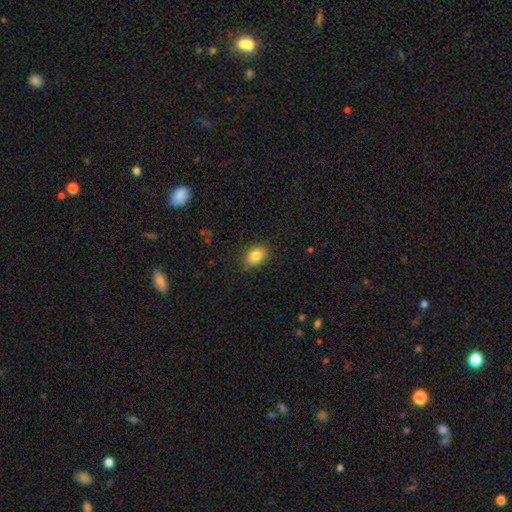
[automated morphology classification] smooth_or_featured: smooth (p=0.84) [alt: star or artifact p=0.09]
how_rounded: in between (p=0.72) [alt: round p=0.26]
merging: none (p=0.81) [alt: minor disturbance p=0.15]